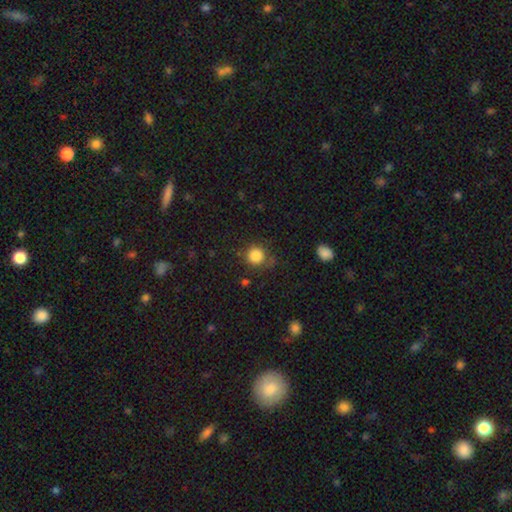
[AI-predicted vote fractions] A smooth galaxy with no disk features (85%) that is round (90%). Merging: none (73%).